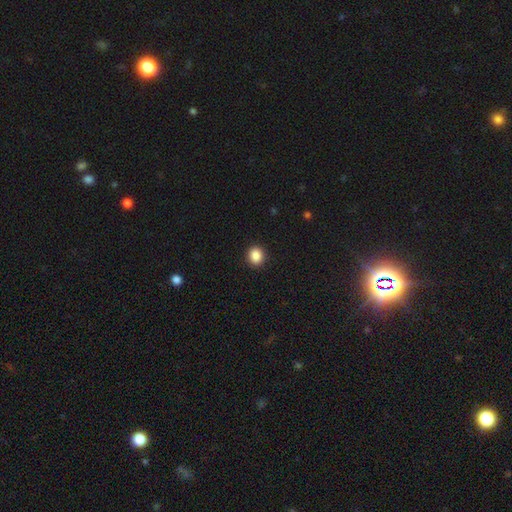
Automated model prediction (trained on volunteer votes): Smooth or featured? smooth (88%)
How rounded? round (77%)
Merging? none (92%)